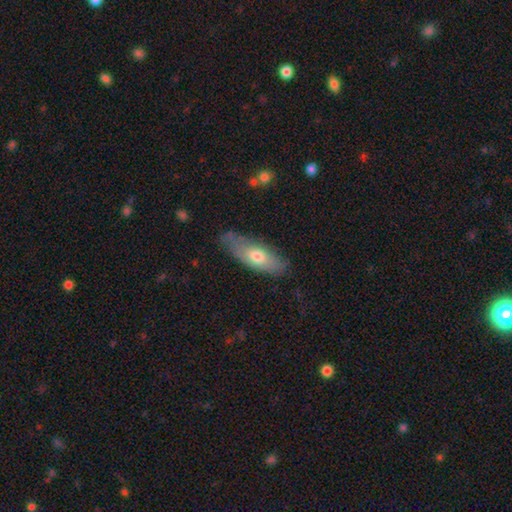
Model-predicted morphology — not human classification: Smooth or featured? smooth (65%)
How rounded? in between (68%)
Merging? none (63%)